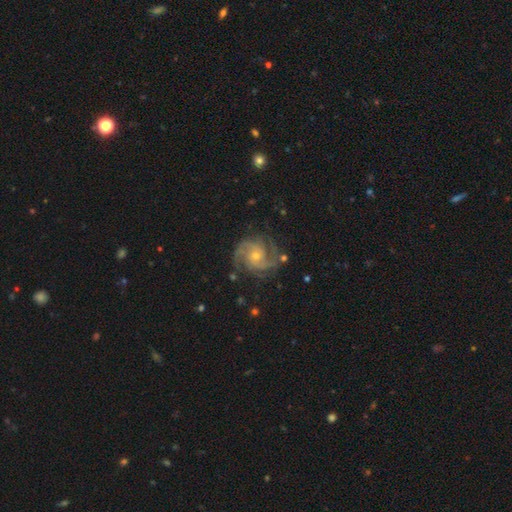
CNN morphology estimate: Smooth or featured? featured or disk (89%)
Edge-on disk? no (98%)
Bar? no (72%)
Spiral arms? yes (98%)
Spiral winding? medium (47%)
Spiral arm count? 2 (36%)
Bulge size? small (60%)
Merging? none (74%)